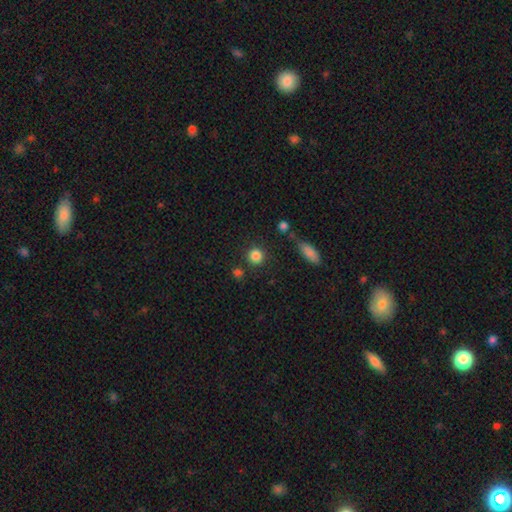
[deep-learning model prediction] This appears to be a smooth galaxy with no disk features (84%) that is round (91%). Merging: none (84%).